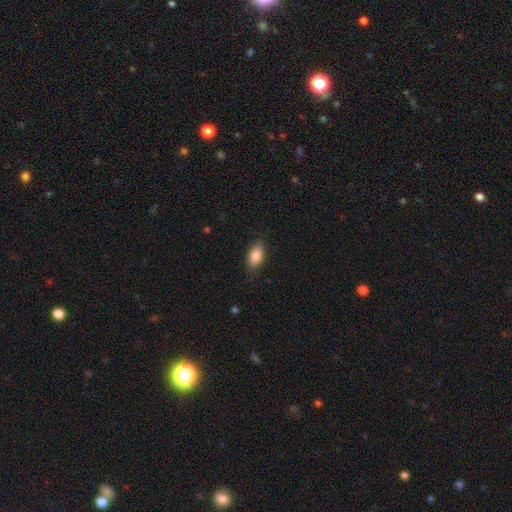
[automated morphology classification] This appears to be a smooth galaxy with no disk features (84%) that is in between round and cigar-shaped (88%). Merging: none (82%).